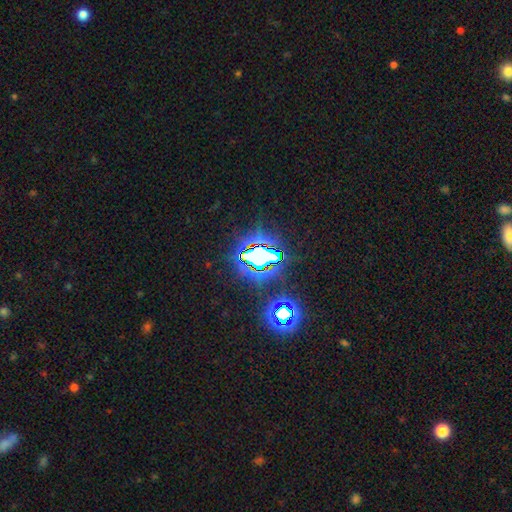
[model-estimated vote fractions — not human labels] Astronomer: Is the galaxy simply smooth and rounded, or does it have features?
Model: star or artifact — 77%.